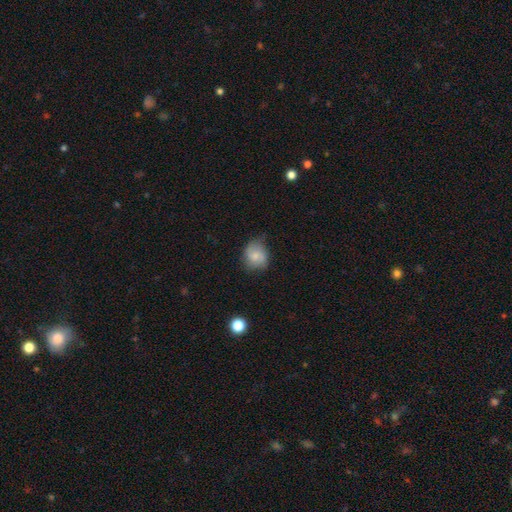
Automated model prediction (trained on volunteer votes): The model was most divided on "merging": none: 64%, minor disturbance: 28%, major disturbance: 7%, merger: 2%. More confident: smooth or featured — smooth (72%); how rounded — round (68%).